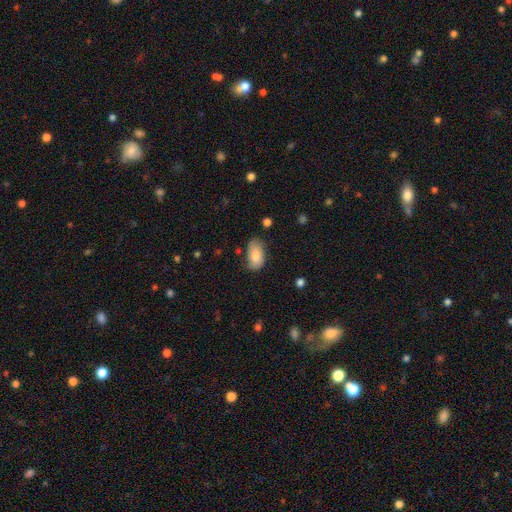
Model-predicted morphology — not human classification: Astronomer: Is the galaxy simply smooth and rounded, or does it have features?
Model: smooth — 83%.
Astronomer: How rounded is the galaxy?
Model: in between — 93%.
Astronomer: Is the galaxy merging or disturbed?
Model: none — 64%.